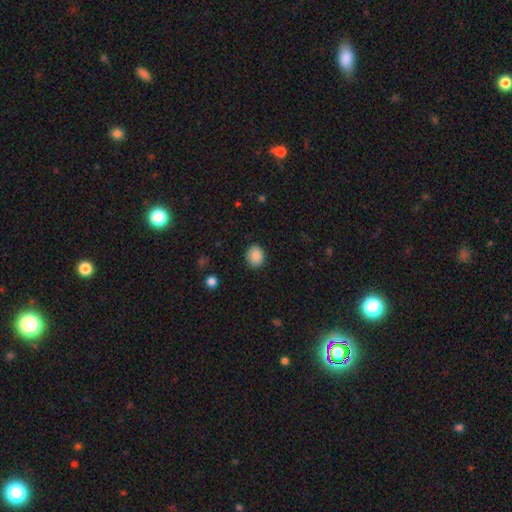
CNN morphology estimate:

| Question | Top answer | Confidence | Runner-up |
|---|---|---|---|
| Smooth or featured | smooth | 87% | star or artifact (8%) |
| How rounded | round | 64% | in between (35%) |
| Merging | none | 87% | minor disturbance (10%) |